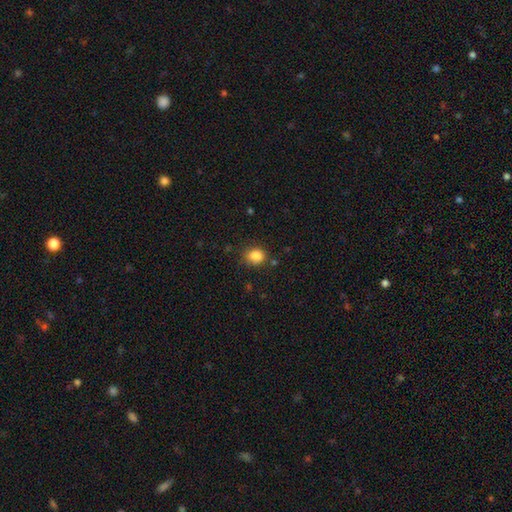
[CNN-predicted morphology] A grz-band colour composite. It shows a smooth galaxy with no disk features (85%) that is round (52%). Merging: none (70%).